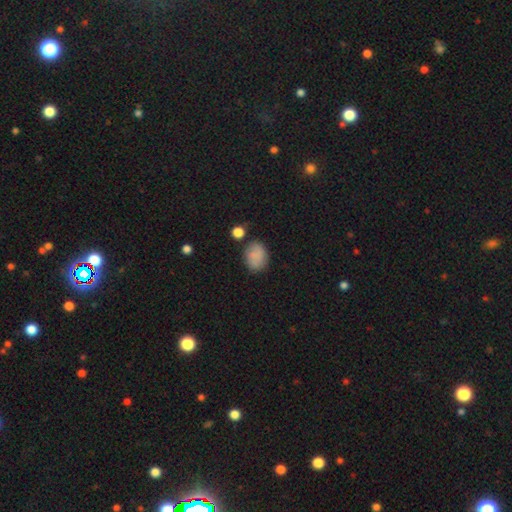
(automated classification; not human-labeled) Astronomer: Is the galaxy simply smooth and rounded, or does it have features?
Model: smooth — 84%.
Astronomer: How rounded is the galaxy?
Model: in between — 64%.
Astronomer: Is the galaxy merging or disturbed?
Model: none — 74%.